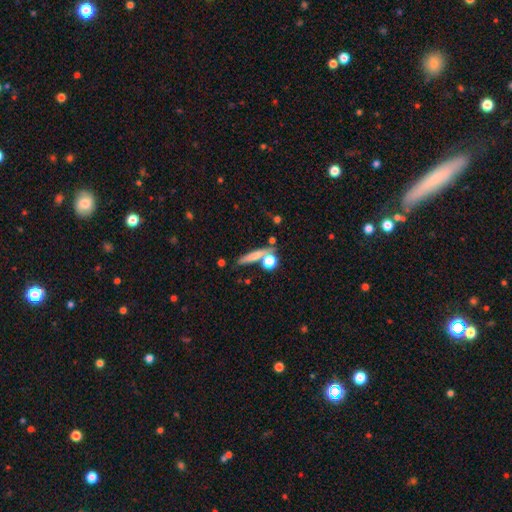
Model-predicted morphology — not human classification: A smooth galaxy with no disk features (68%) that is cigar-shaped (70%). Merging: none (68%).